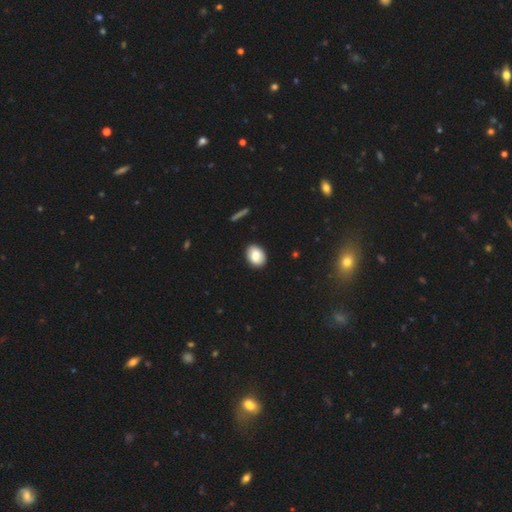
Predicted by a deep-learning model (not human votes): A smooth galaxy with no disk features (80%) that is in between round and cigar-shaped (72%). Merging: none (89%).